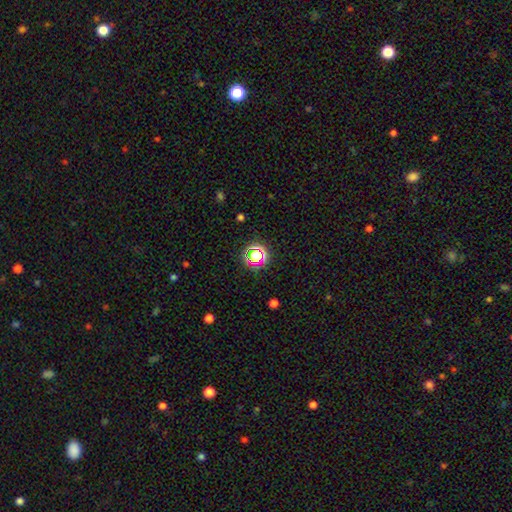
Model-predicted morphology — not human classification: Smooth or featured? Predicted: star or artifact (p=0.59).